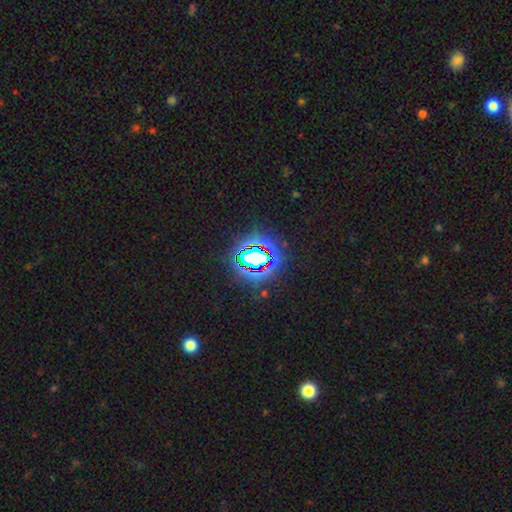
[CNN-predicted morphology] Q: Smooth or featured?
A: star or artifact (74%); runner-up: smooth (15%)